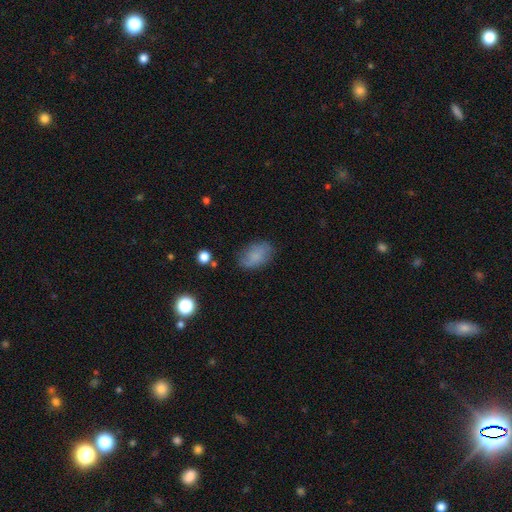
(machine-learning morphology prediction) Smooth or featured?
  - smooth: 74% *
  - featured or disk: 17%
  - star or artifact: 9%
How rounded?
  - in between: 89% *
  - round: 10%
  - cigar-shaped: 2%
Merging?
  - none: 70% *
  - minor disturbance: 21%
  - major disturbance: 6%
  - merger: 2%